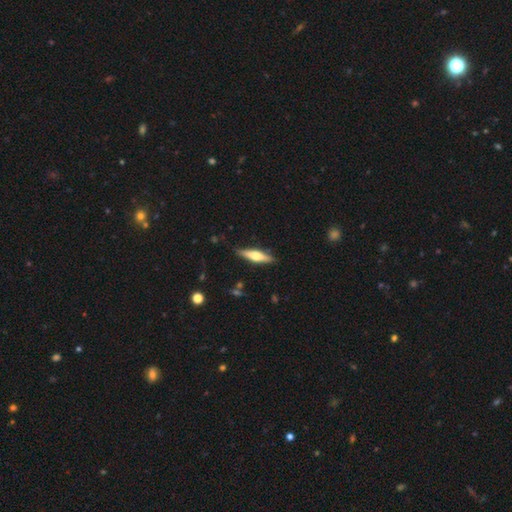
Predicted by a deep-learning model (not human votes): This appears to be a featured or disk galaxy (55%) viewed edge-on (95%) with a rounded central bulge (89%). Merging: none (86%).